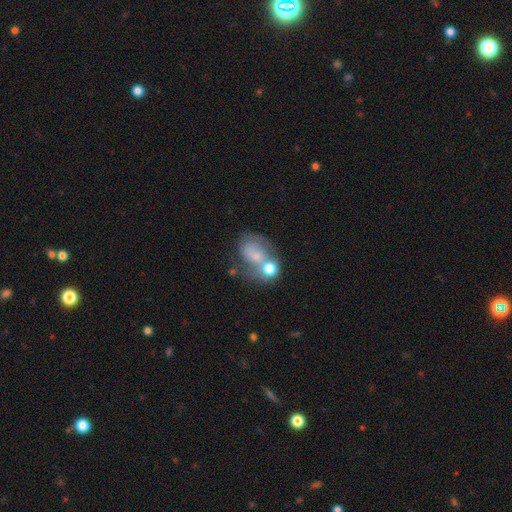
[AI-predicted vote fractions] Q: Smooth or featured?
A: smooth (47%); runner-up: featured or disk (41%)
Q: Merging?
A: merger (36%); runner-up: none (29%)